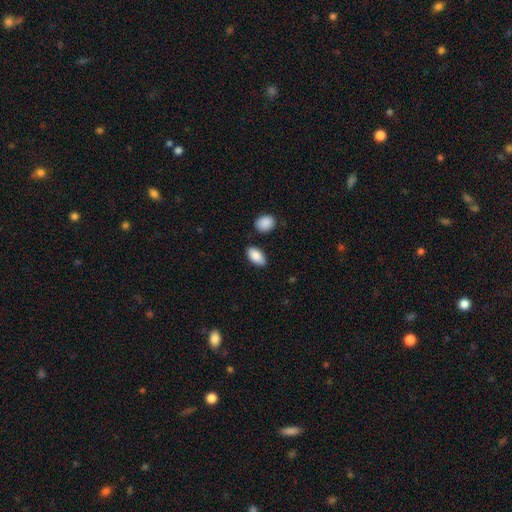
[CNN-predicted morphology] Smooth or featured? smooth (88%)
How rounded? in between (93%)
Merging? none (82%)